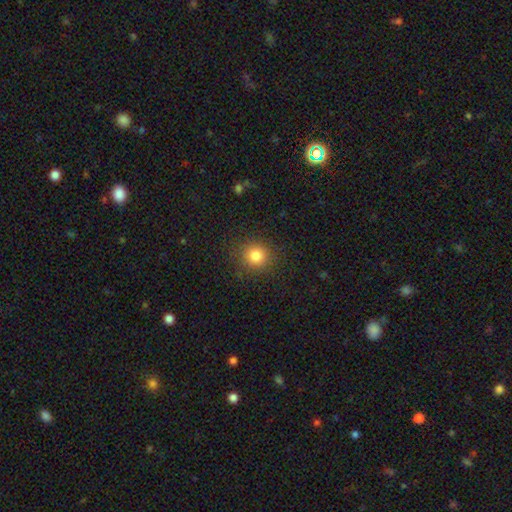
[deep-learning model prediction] Overall: smooth (82%). How rounded: round (88%). Merging: none (88%).